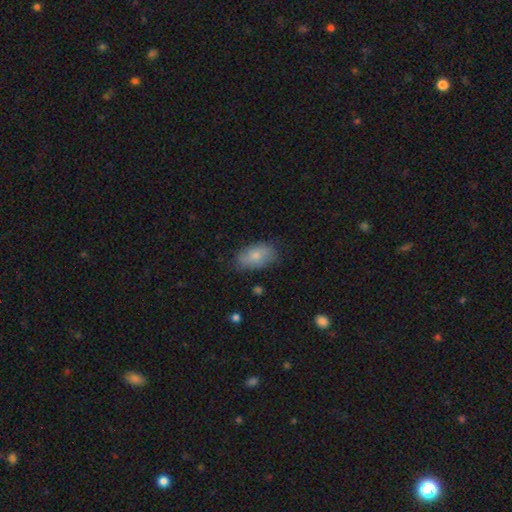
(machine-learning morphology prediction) smooth-or-featured: smooth: 77% | featured or disk: 17% | star or artifact: 6%
  how-rounded: in between: 92% | round: 6% | cigar-shaped: 2%
  merging: none: 76% | minor disturbance: 19% | major disturbance: 4% | merger: 1%